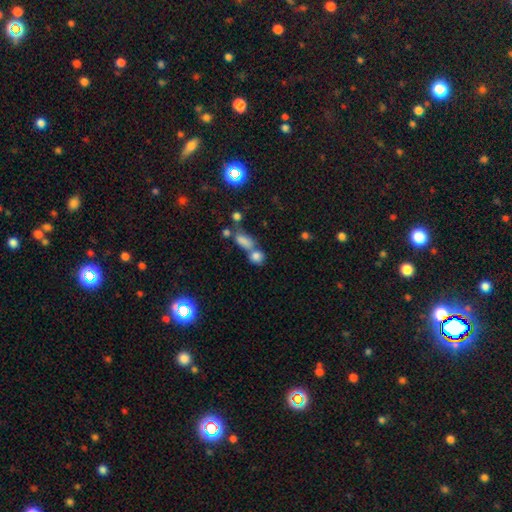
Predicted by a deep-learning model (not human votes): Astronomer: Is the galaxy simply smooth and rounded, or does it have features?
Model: smooth — 78%.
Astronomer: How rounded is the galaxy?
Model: in between — 48% (runner-up: round, 47%).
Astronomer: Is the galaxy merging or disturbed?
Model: merger — 50% (runner-up: none, 36%).